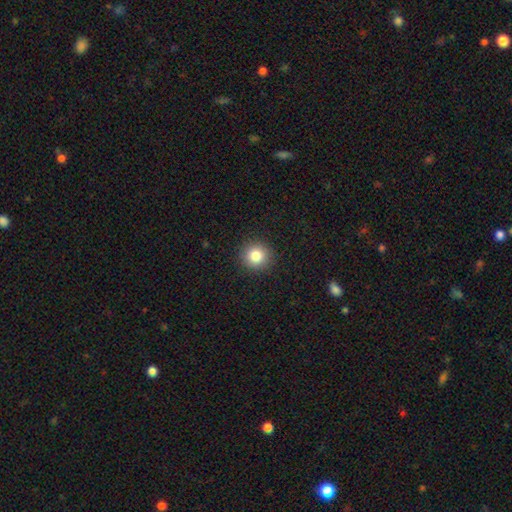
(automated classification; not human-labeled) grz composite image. It shows a smooth galaxy with no disk features (83%) that is round (93%). Merging: none (91%).